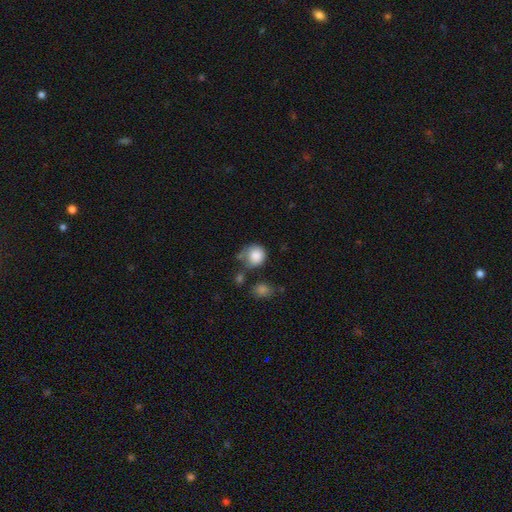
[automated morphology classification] type=smooth (83%); roundness=round (79%); merging=none (44%).